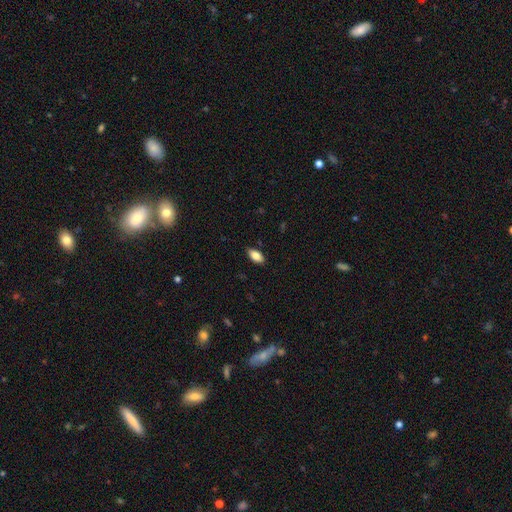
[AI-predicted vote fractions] smooth_or_featured: smooth (p=0.84) [alt: featured or disk p=0.08]
how_rounded: in between (p=0.92) [alt: cigar-shaped p=0.05]
merging: none (p=0.87) [alt: minor disturbance p=0.10]